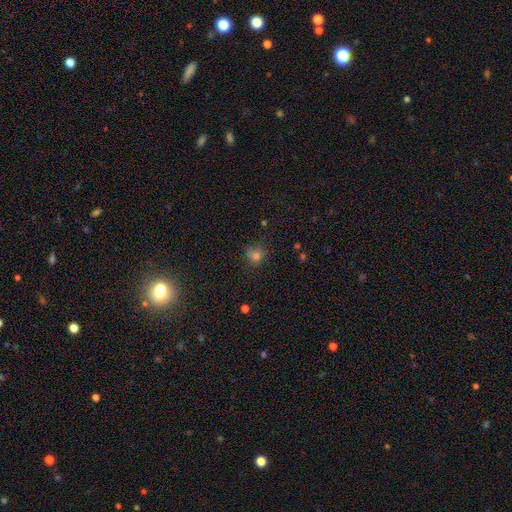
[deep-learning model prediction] Morphology: type=smooth (69%); roundness=round (82%); merging=none (73%).